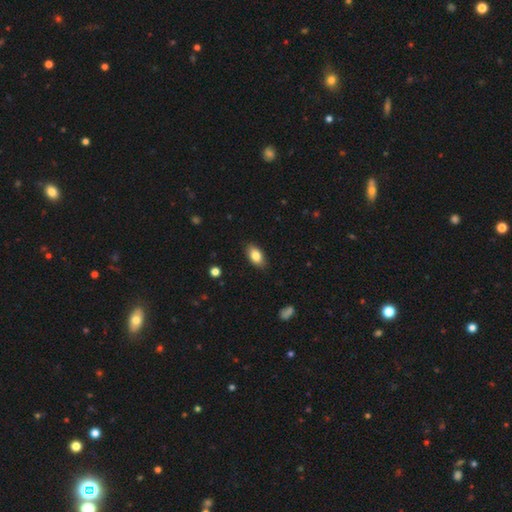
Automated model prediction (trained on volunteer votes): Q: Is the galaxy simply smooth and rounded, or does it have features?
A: smooth — 84%.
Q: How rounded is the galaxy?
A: in between — 91%.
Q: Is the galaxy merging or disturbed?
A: none — 87%.